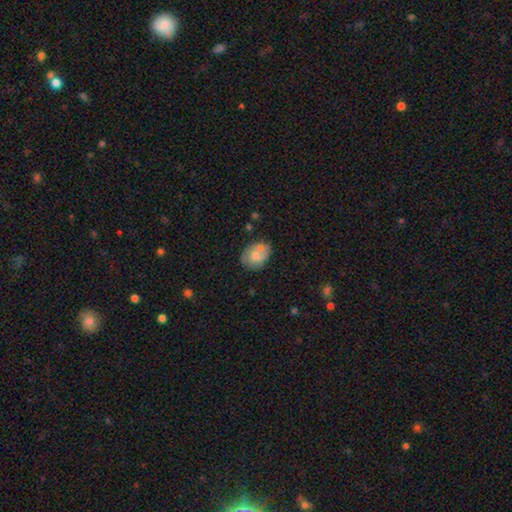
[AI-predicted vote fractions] The model was most divided on "smooth or featured": smooth: 60%, featured or disk: 33%, star or artifact: 7%. More confident: how rounded — in between (68%); merging — none (54%).